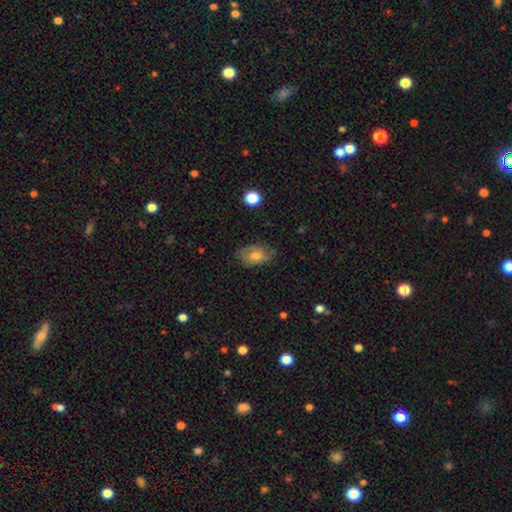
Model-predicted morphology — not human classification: This is possibly a smooth galaxy (54%). How rounded: clearly in between (81%). Merging: likely none (65%).